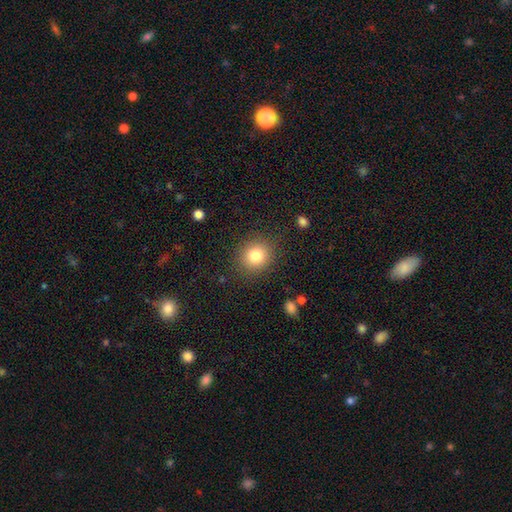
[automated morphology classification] smooth 82%, star or artifact 11%, featured or disk 7%. Down the decision tree: how rounded — round (81%); merging — none (87%).